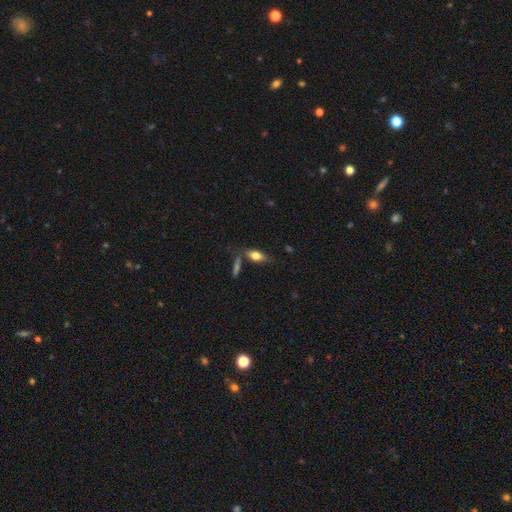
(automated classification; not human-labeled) This appears to be a smooth galaxy with no disk features (67%) that is in between round and cigar-shaped (72%). Merging: none (70%).